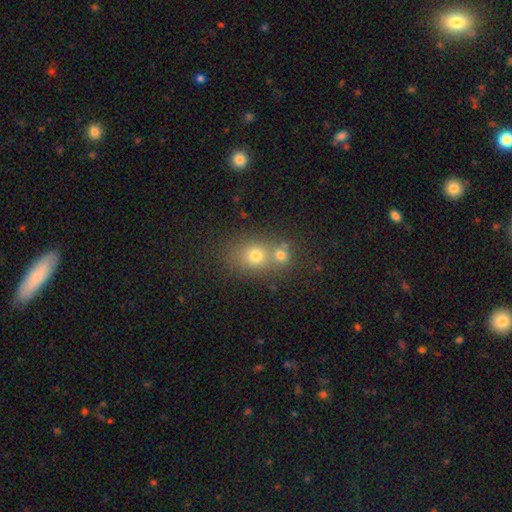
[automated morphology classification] Smooth or featured? smooth (71%)
How rounded? round (63%)
Merging? merger (47%)